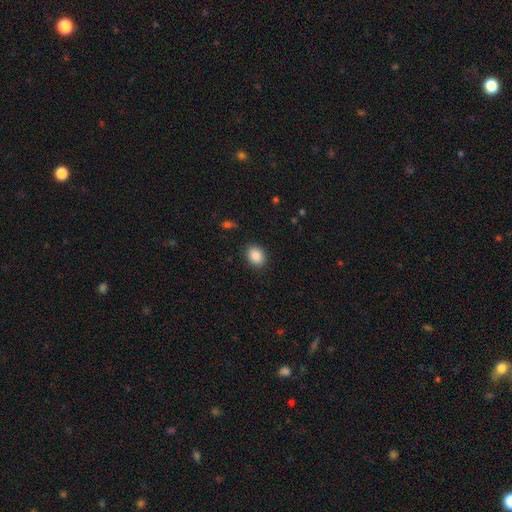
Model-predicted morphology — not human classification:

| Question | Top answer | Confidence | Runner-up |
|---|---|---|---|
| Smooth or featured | smooth | 89% | star or artifact (8%) |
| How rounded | in between | 60% | round (39%) |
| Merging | none | 88% | minor disturbance (9%) |